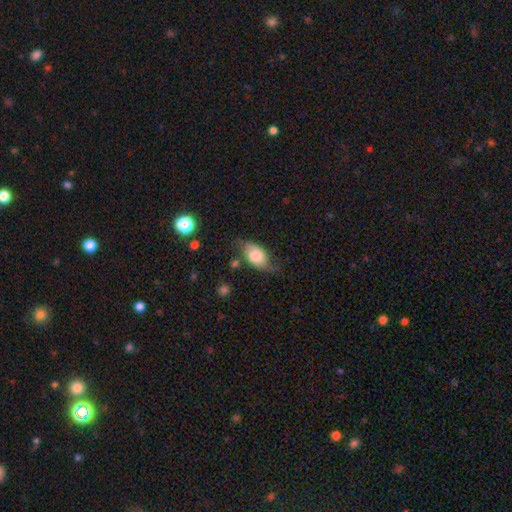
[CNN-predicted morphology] type=smooth (62%); roundness=in between (87%); merging=none (48%).